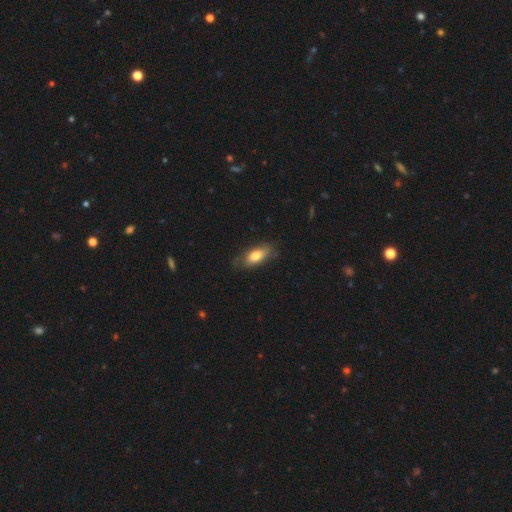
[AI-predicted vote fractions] Smooth or featured? smooth (74%)
How rounded? in between (81%)
Merging? none (72%)